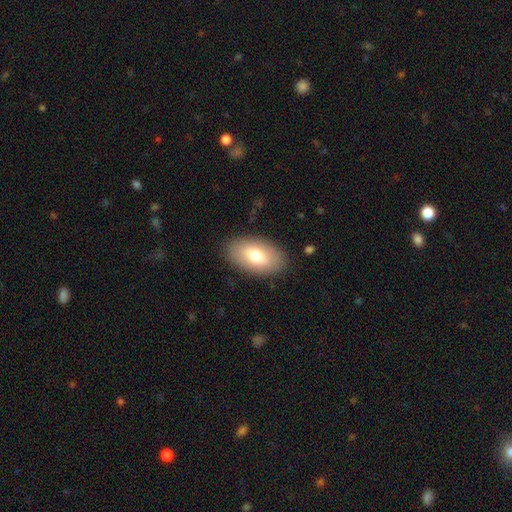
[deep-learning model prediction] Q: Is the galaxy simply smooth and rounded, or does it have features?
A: smooth — 74%.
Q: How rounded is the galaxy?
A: in between — 94%.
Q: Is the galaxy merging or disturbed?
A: none — 87%.